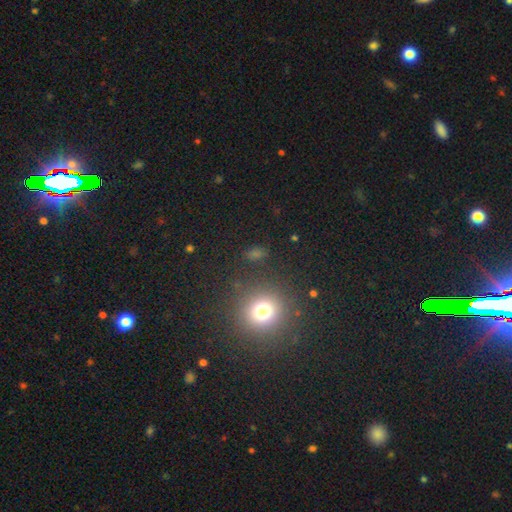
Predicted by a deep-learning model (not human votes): Q: Smooth or featured?
A: smooth (61%); runner-up: star or artifact (32%)
Q: How rounded?
A: round (67%); runner-up: in between (30%)
Q: Merging?
A: none (85%); runner-up: minor disturbance (8%)